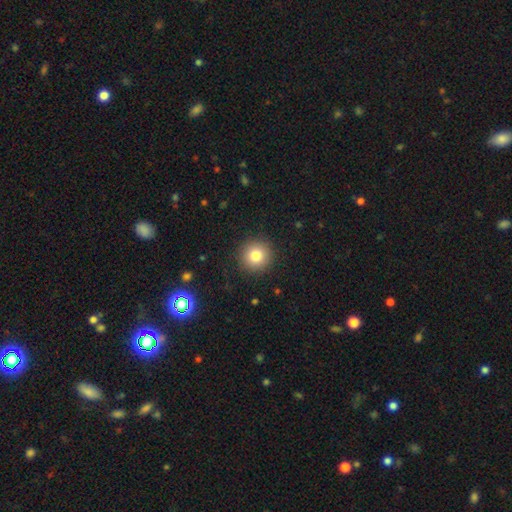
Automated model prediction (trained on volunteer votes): This appears to be a smooth galaxy with no disk features (81%) that is round (94%). Merging: none (91%).